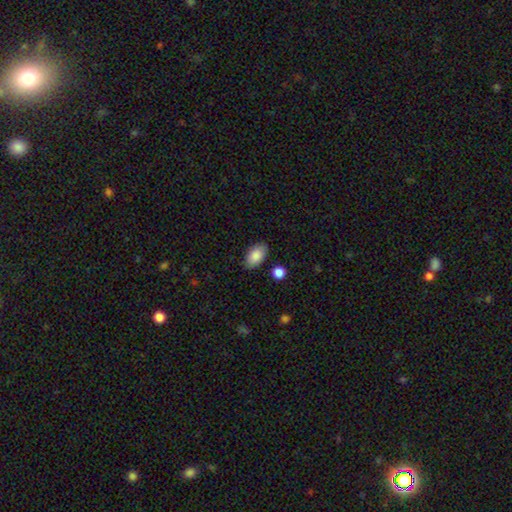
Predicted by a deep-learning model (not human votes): Smooth or featured?
  - smooth: 87% *
  - star or artifact: 7%
  - featured or disk: 7%
How rounded?
  - in between: 93% *
  - round: 5%
  - cigar-shaped: 2%
Merging?
  - none: 84% *
  - minor disturbance: 11%
  - major disturbance: 3%
  - merger: 2%